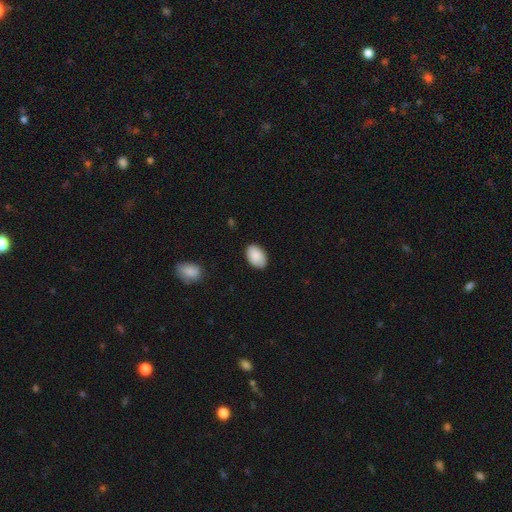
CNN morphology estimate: A smooth galaxy with no disk features (88%) that is in between round and cigar-shaped (92%).

Vote fractions:
- Smooth or featured? smooth: 88% / star or artifact: 6% / featured or disk: 6%
- How rounded? in between: 92% / round: 7% / cigar-shaped: 1%
- Merging? none: 85% / minor disturbance: 12% / major disturbance: 2% / merger: 1%